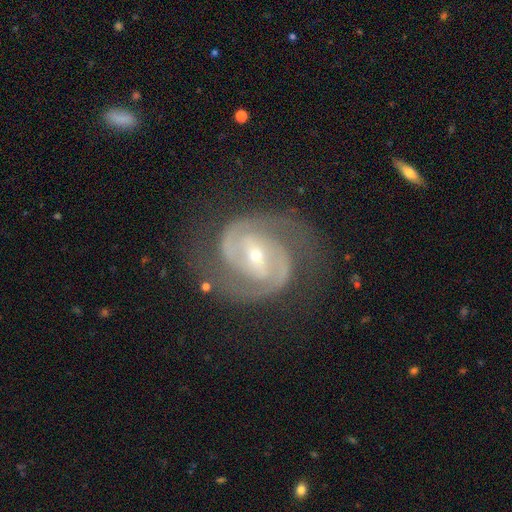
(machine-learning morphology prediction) Smooth or featured? featured or disk (92%)
Edge-on disk? no (98%)
Bar? weak (38%)
Spiral arms? yes (98%)
Spiral winding? tight (49%)
Spiral arm count? 2 (89%)
Bulge size? small (66%)
Merging? none (75%)